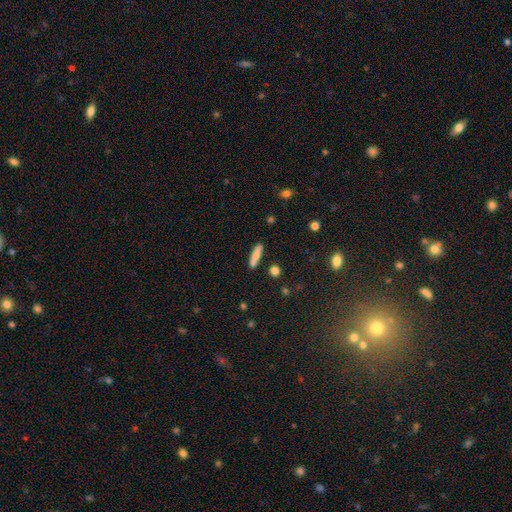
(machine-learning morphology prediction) smooth-or-featured: smooth: 75% | featured or disk: 17% | star or artifact: 8%
  how-rounded: cigar-shaped: 76% | in between: 21% | round: 3%
  merging: none: 75% | minor disturbance: 12% | merger: 10% | major disturbance: 3%